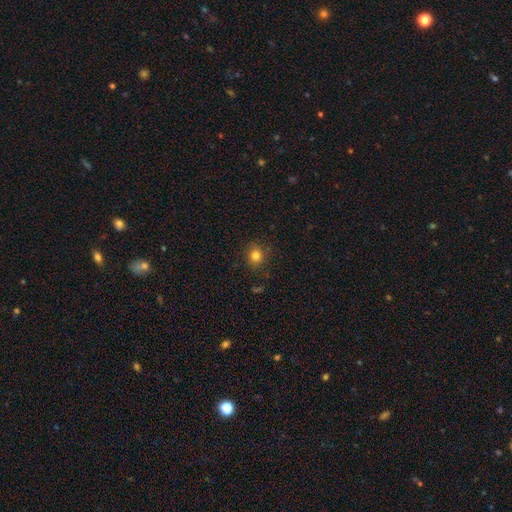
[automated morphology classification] A smooth galaxy with no disk features (81%) that is round (83%).

Vote fractions:
- Smooth or featured? smooth: 81% / star or artifact: 13% / featured or disk: 6%
- How rounded? round: 83% / in between: 16% / cigar-shaped: 1%
- Merging? none: 86% / minor disturbance: 10% / major disturbance: 3% / merger: 1%